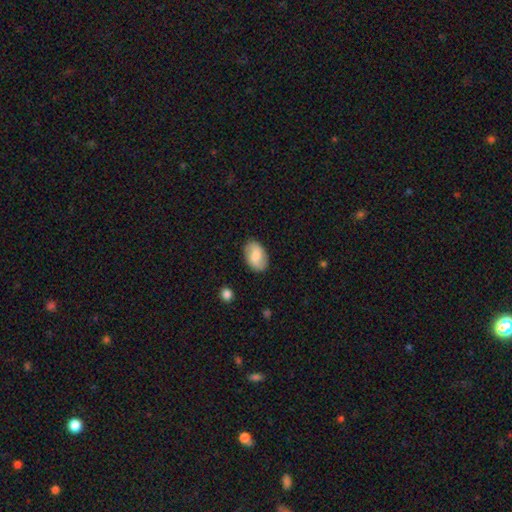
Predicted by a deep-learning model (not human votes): smooth 57%, featured or disk 35%, star or artifact 7%. Down the decision tree: how rounded — in between (89%); merging — none (84%).